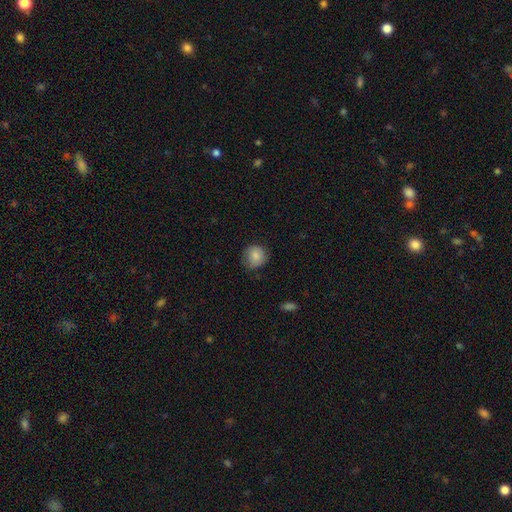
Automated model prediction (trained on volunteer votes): smooth 84%, featured or disk 8%, star or artifact 8%. Down the decision tree: how rounded — round (87%); merging — none (73%).